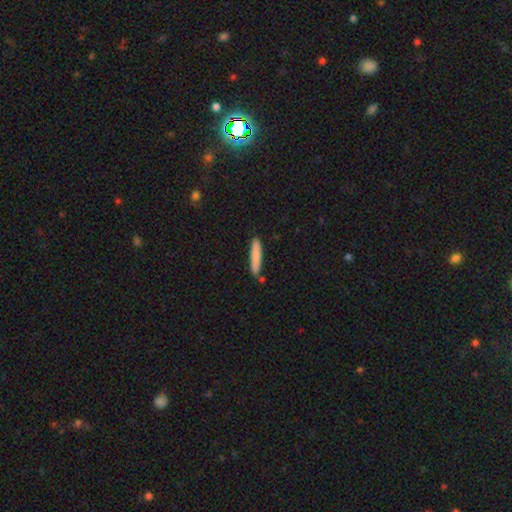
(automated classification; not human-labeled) Q: Smooth or featured?
A: smooth (81%); runner-up: featured or disk (13%)
Q: How rounded?
A: cigar-shaped (91%); runner-up: in between (8%)
Q: Merging?
A: none (81%); runner-up: minor disturbance (12%)